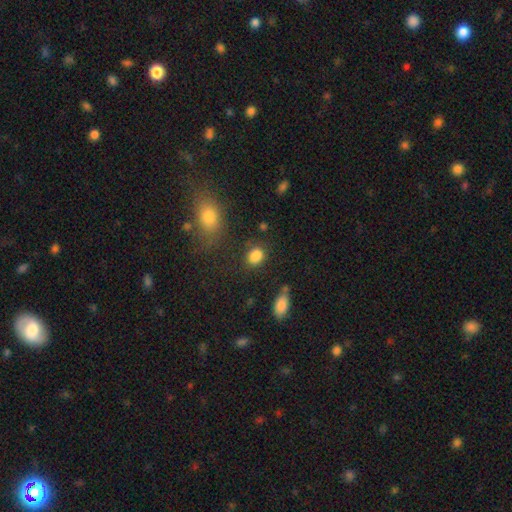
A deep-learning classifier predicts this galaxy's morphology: Overall: smooth (86%). How rounded: in between (56%; round 42%). Merging: none (74%).